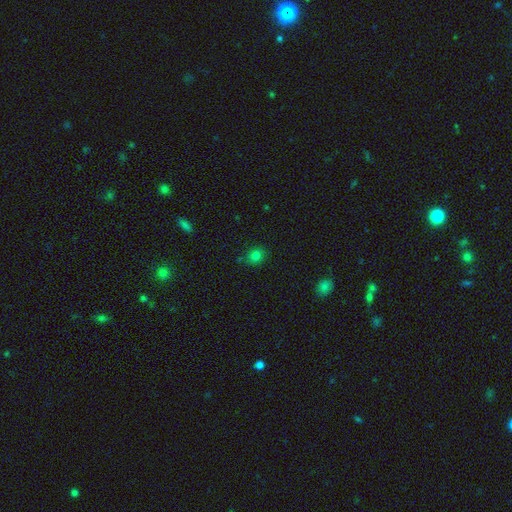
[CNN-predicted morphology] Smooth or featured? Predicted: smooth (p=0.77). How rounded? Predicted: round (p=0.69). Merging? Predicted: none (p=0.80).